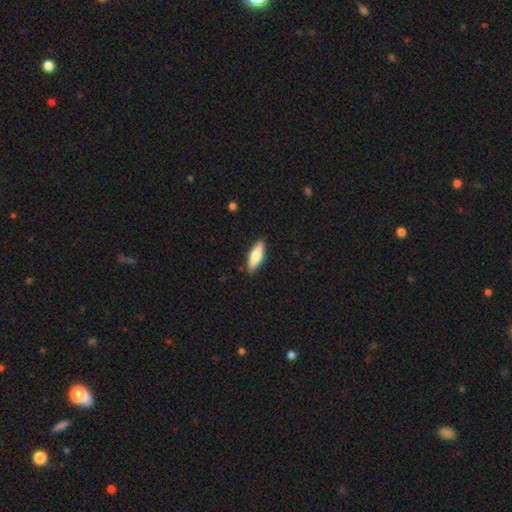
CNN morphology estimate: The model was most divided on "how rounded": in between: 49%, cigar-shaped: 48%, round: 2%. More confident: merging — none (89%); smooth or featured — smooth (66%).